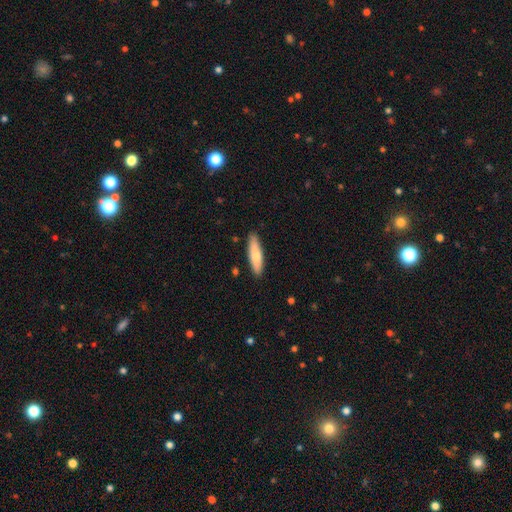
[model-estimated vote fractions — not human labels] This appears to be a smooth galaxy with no disk features (75%) that is cigar-shaped (67%). Merging: none (87%).